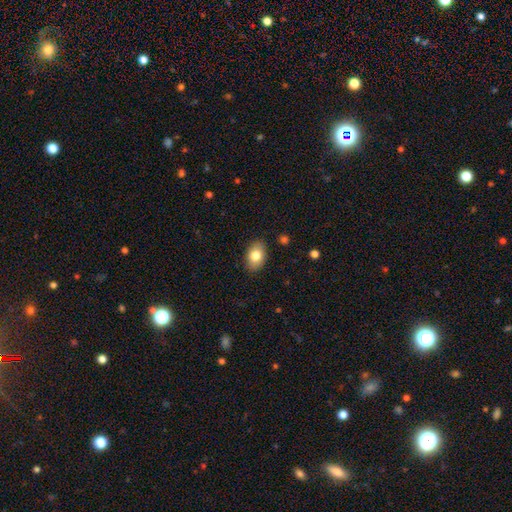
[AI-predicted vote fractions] Morphology: type=smooth (80%); roundness=in between (86%); merging=none (87%).